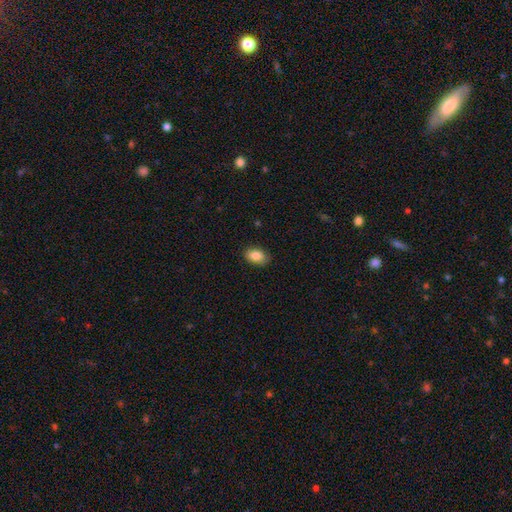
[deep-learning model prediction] Smooth or featured: smooth — 86% (star or artifact — 7%)
How rounded: in between — 89% (round — 10%)
Merging: none — 85% (minor disturbance — 12%)